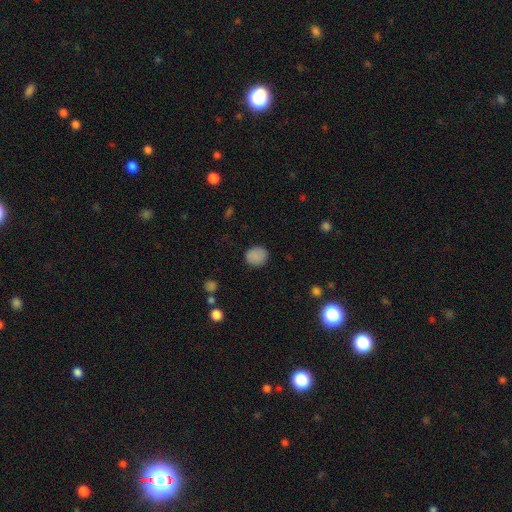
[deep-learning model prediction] Smooth or featured? Predicted: smooth (p=0.85). How rounded? Predicted: round (p=0.76). Merging? Predicted: none (p=0.86).